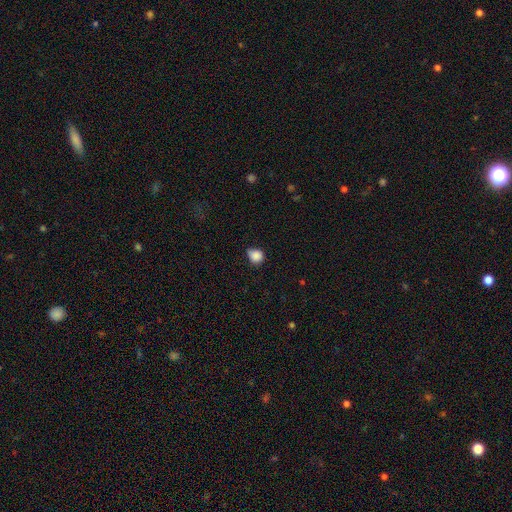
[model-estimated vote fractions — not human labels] This is clearly a smooth galaxy (86%). How rounded: likely round (72%). Merging: possibly none (53%).